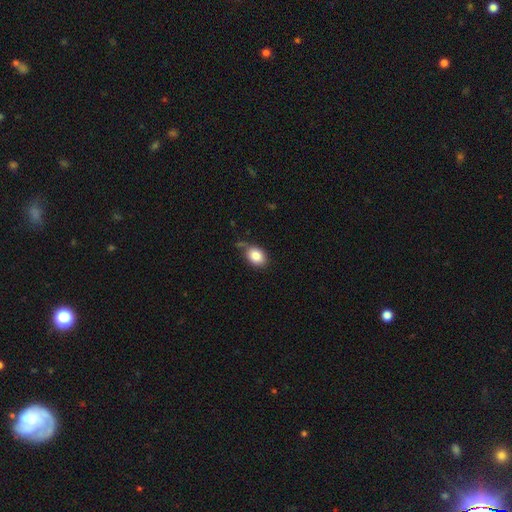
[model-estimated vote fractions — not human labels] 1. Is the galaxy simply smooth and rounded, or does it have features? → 85% smooth, 8% star or artifact, 8% featured or disk.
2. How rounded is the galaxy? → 73% in between, 26% round, 1% cigar-shaped.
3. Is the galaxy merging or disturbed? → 65% none, 23% minor disturbance, 7% major disturbance, 5% merger.